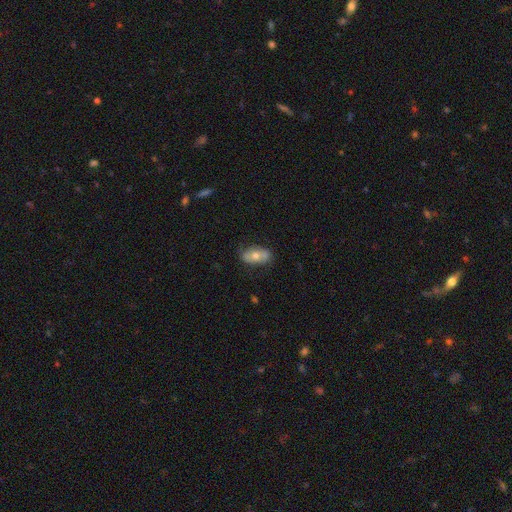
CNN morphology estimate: A smooth galaxy with no disk features (58%) that is in between round and cigar-shaped (89%).

Vote fractions:
- Smooth or featured? smooth: 58% / featured or disk: 35% / star or artifact: 7%
- How rounded? in between: 89% / round: 6% / cigar-shaped: 5%
- Merging? none: 73% / minor disturbance: 20% / major disturbance: 4% / merger: 3%